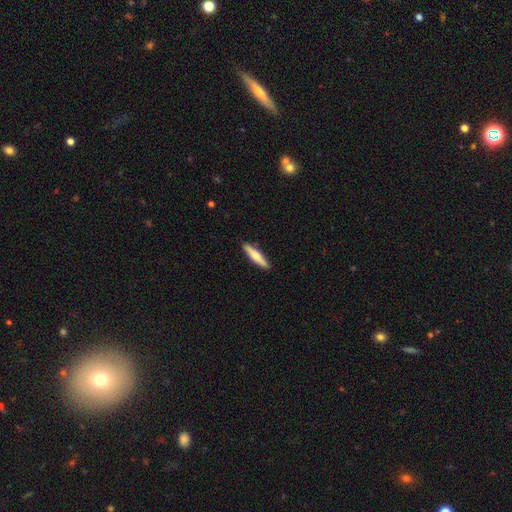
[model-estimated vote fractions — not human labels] Smooth or featured?
  - smooth: 58% *
  - featured or disk: 37%
  - star or artifact: 5%
How rounded?
  - cigar-shaped: 86% *
  - in between: 12%
  - round: 2%
Merging?
  - none: 90% *
  - minor disturbance: 7%
  - major disturbance: 1%
  - merger: 1%